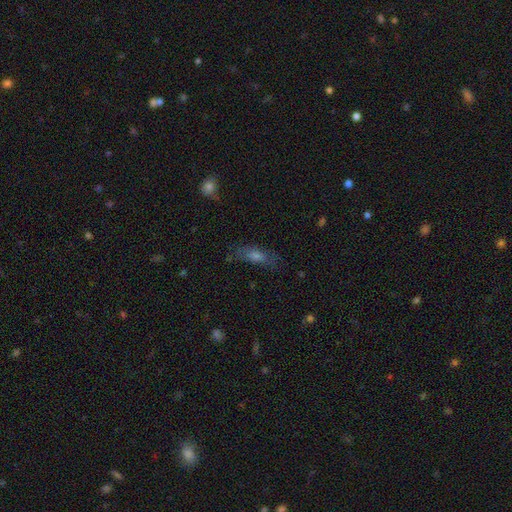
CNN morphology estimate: A smooth galaxy with no disk features (48%).

Vote fractions:
- Smooth or featured? smooth: 48% / featured or disk: 32% / star or artifact: 20%
- Merging? none: 68% / minor disturbance: 20% / major disturbance: 10% / merger: 2%